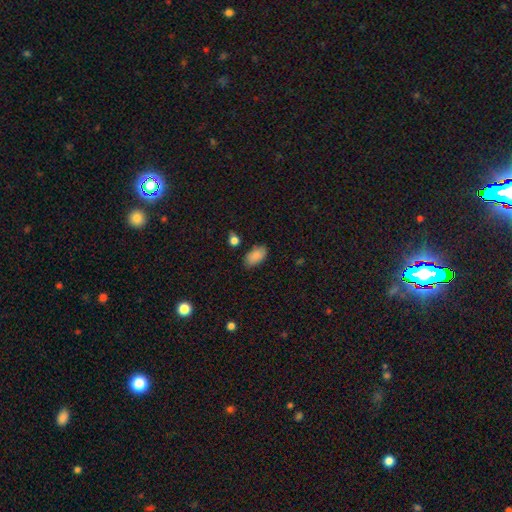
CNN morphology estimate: Smooth or featured? smooth (86%)
How rounded? in between (93%)
Merging? none (80%)